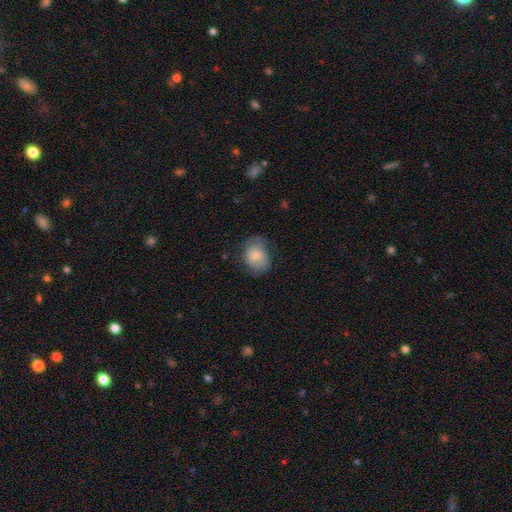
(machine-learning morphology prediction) Smooth or featured: smooth — 64% (featured or disk — 28%)
How rounded: in between — 57% (round — 42%)
Merging: none — 59% (minor disturbance — 28%)